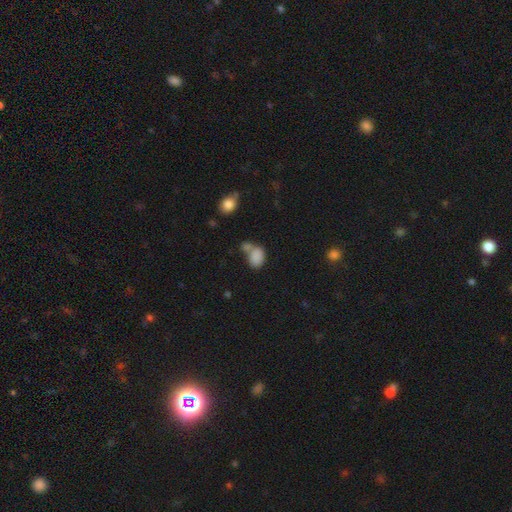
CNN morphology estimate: Overall: smooth (83%). How rounded: in between (77%). Merging: merger (44%; none 34%).